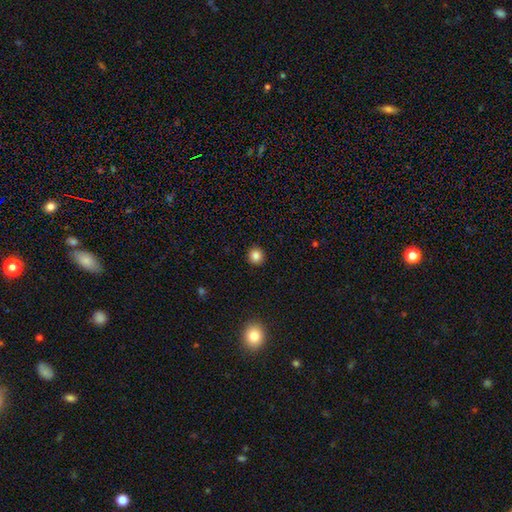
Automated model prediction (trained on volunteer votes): Morphology: type=smooth (84%); roundness=round (93%); merging=none (93%).